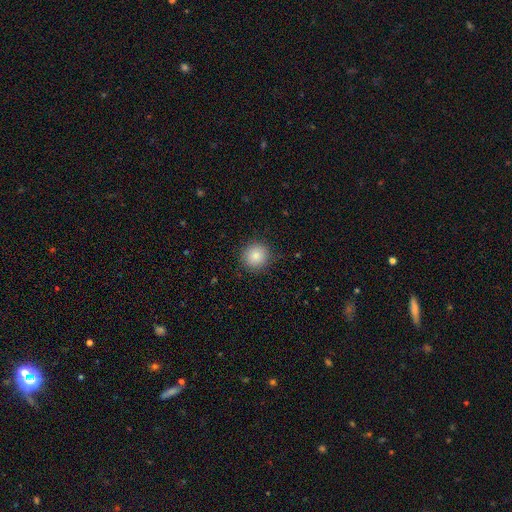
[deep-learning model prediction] smooth 86%, star or artifact 9%, featured or disk 5%. Down the decision tree: how rounded — round (93%); merging — none (88%).